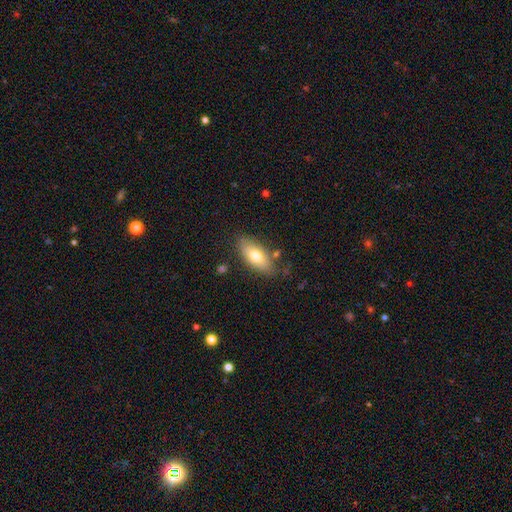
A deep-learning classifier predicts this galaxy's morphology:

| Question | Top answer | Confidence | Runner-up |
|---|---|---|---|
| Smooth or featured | smooth | 72% | featured or disk (21%) |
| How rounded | in between | 85% | cigar-shaped (12%) |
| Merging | none | 79% | minor disturbance (14%) |